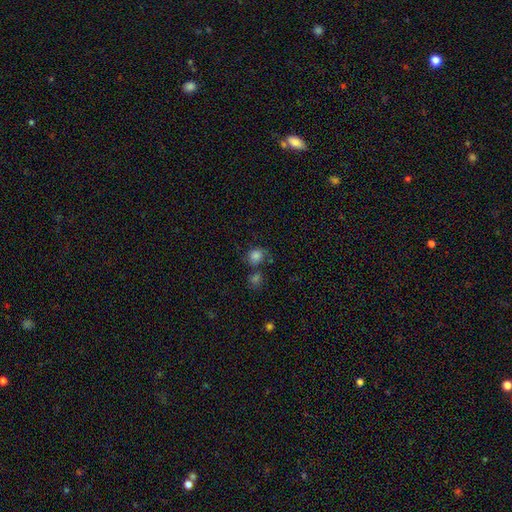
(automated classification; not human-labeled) A smooth galaxy with no disk features (78%) that is round (74%). Merging: none (46%).